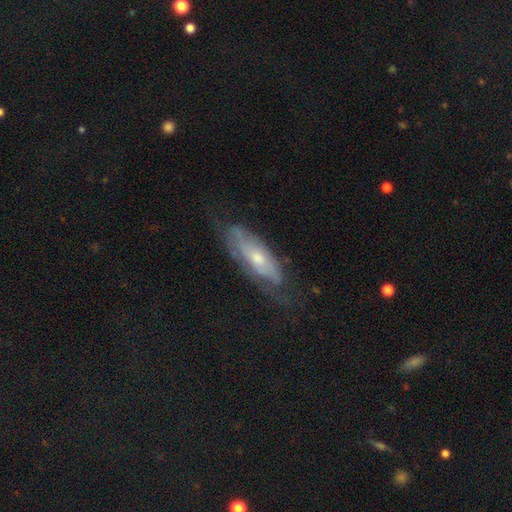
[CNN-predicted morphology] Smooth or featured: featured or disk — 65% (smooth — 26%)
Edge-on disk: no — 74% (yes — 26%)
Merging: none — 65% (minor disturbance — 24%)